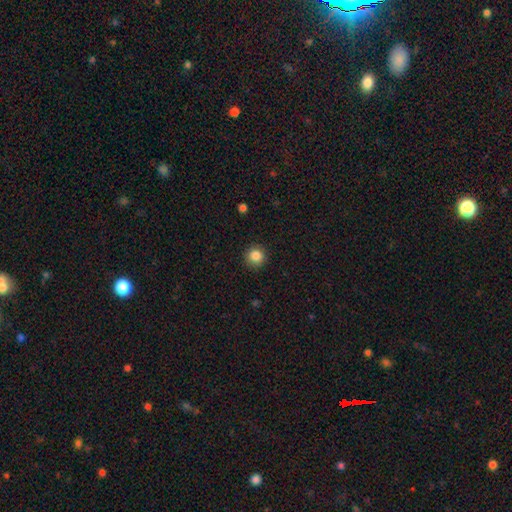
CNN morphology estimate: The model was most divided on "smooth or featured": smooth: 85%, star or artifact: 10%, featured or disk: 4%. More confident: how rounded — round (94%); merging — none (91%).